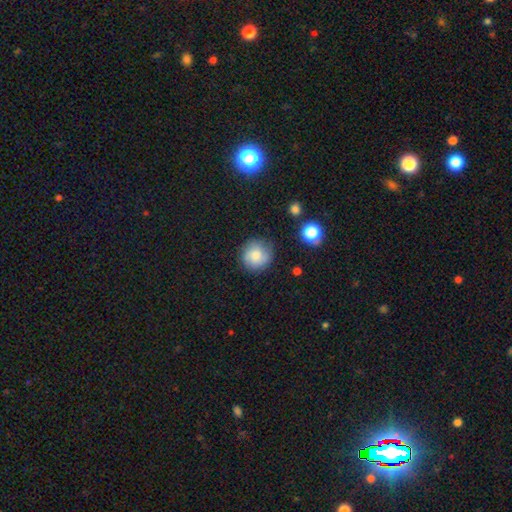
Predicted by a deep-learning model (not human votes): smooth 64%, featured or disk 27%, star or artifact 10%. Down the decision tree: how rounded — round (91%); merging — none (79%).